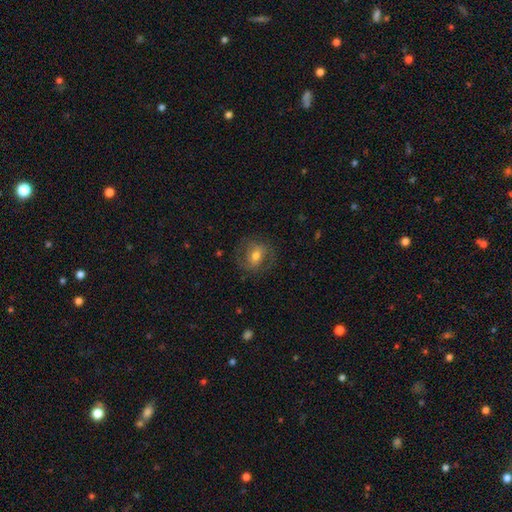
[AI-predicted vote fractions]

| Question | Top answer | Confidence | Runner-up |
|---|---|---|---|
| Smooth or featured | featured or disk | 51% | smooth (41%) |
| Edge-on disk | no | 95% | yes (5%) |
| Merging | none | 73% | minor disturbance (16%) |